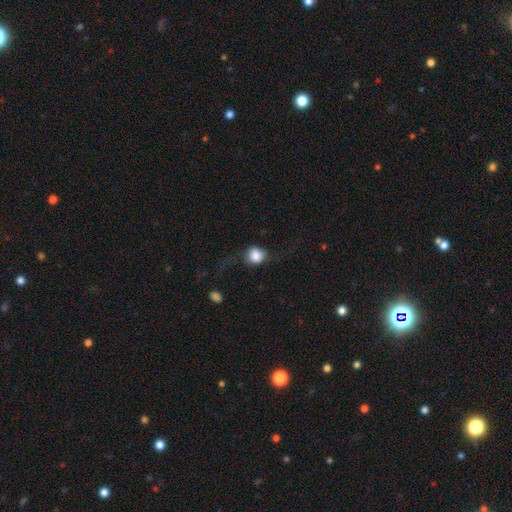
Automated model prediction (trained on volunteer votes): smooth 72%, featured or disk 19%, star or artifact 9%. Down the decision tree: how rounded — round (74%); merging — none (49%).